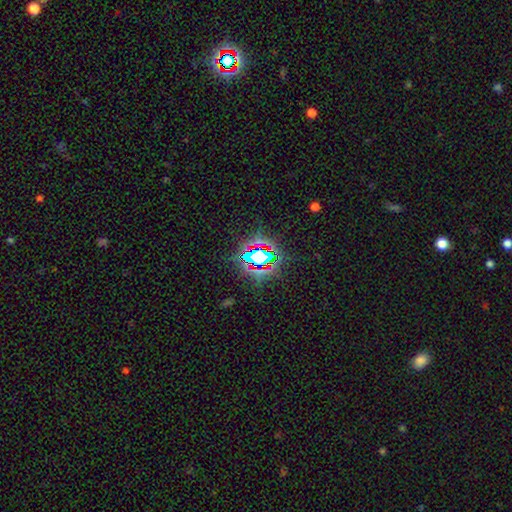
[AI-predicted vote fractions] This is likely a star or artifact rather than a galaxy (77%).